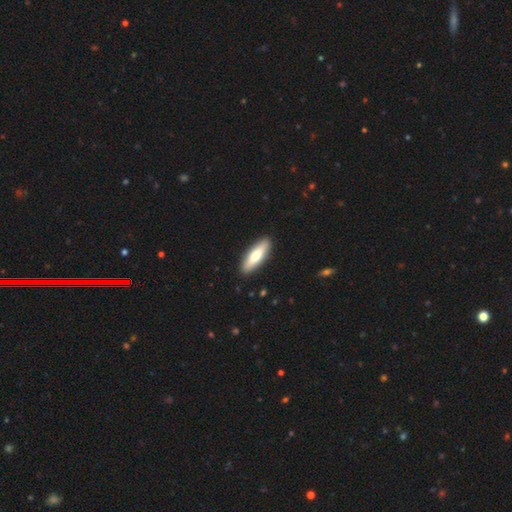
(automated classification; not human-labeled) Smooth or featured? Predicted: smooth (p=0.69). How rounded? Predicted: cigar-shaped (p=0.55). Merging? Predicted: none (p=0.91).